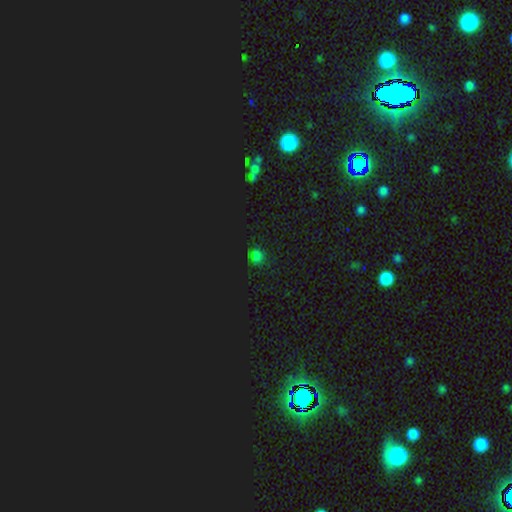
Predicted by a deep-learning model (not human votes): A star or artifact, not a galaxy (49%).

Vote fractions:
- Smooth or featured? star or artifact: 49% / smooth: 45% / featured or disk: 6%